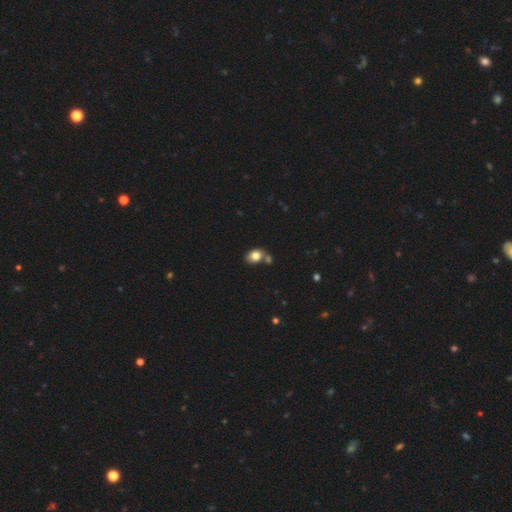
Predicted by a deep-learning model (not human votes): Smooth or featured: smooth — 81% (featured or disk — 10%)
How rounded: in between — 66% (round — 33%)
Merging: none — 53% (merger — 29%)